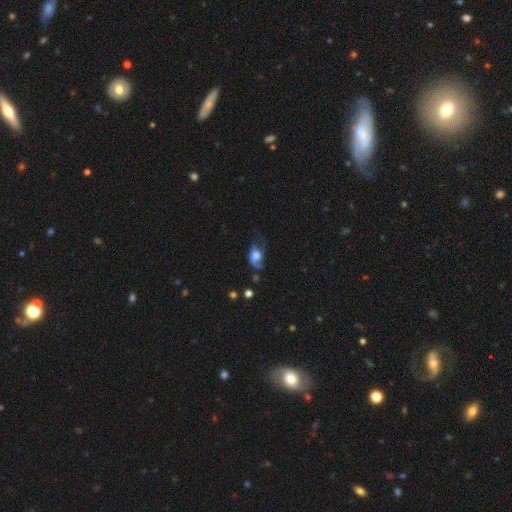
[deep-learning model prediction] smooth-or-featured: smooth: 52% | featured or disk: 39% | star or artifact: 9%
  how-rounded: in between: 72% | round: 26% | cigar-shaped: 2%
  merging: major disturbance: 40% | none: 28% | minor disturbance: 28% | merger: 4%